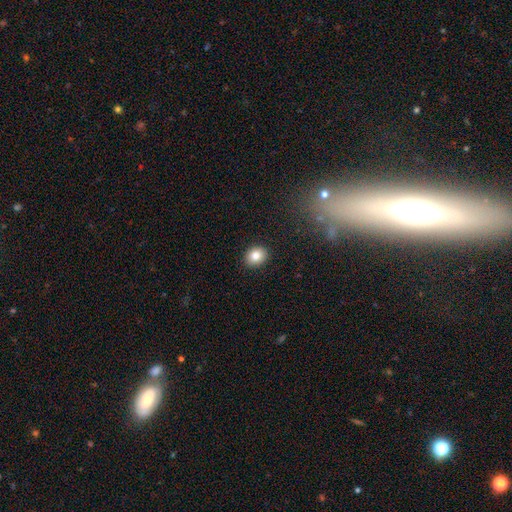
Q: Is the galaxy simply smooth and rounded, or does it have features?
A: smooth — 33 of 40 (82%).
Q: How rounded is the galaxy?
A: round — 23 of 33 (70%).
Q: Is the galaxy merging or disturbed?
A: none — 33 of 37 (89%).